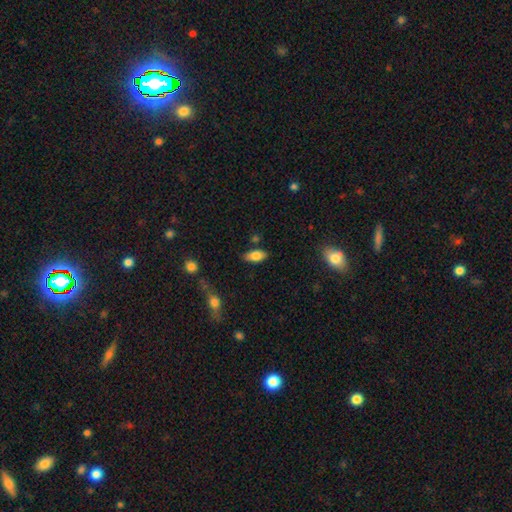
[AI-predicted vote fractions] Overall: smooth (80%). How rounded: in between (89%). Merging: none (80%).